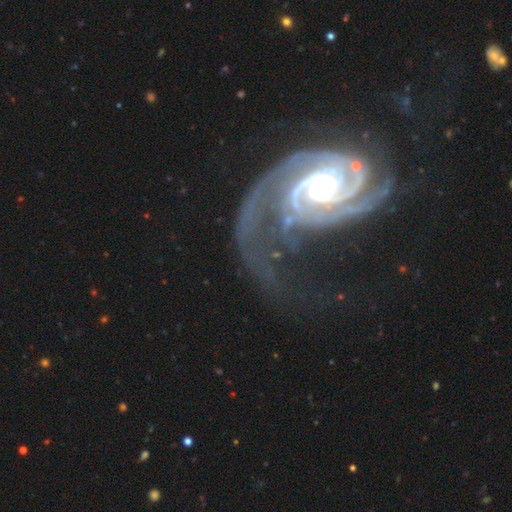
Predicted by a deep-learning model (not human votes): Morphology: type=featured or disk (92%); edge-on=no (98%); bar=no (53%); spiral arms=yes (98%); winding=tight (52%); arm count=2 (62%); bulge=moderate (63%); merging=none (46%).